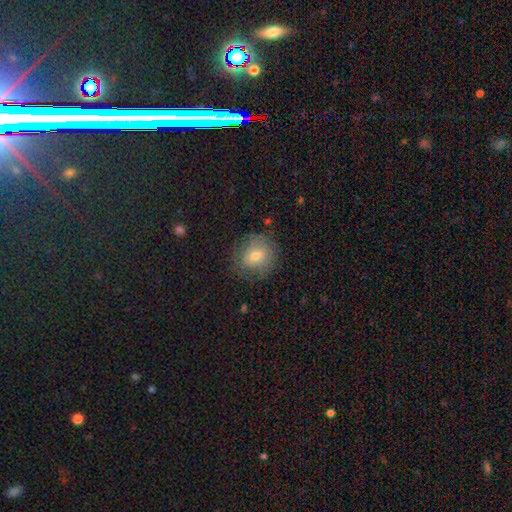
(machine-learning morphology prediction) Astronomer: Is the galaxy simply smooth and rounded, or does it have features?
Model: smooth — 68%.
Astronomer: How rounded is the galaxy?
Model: round — 78%.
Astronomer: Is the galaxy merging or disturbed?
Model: none — 76%.